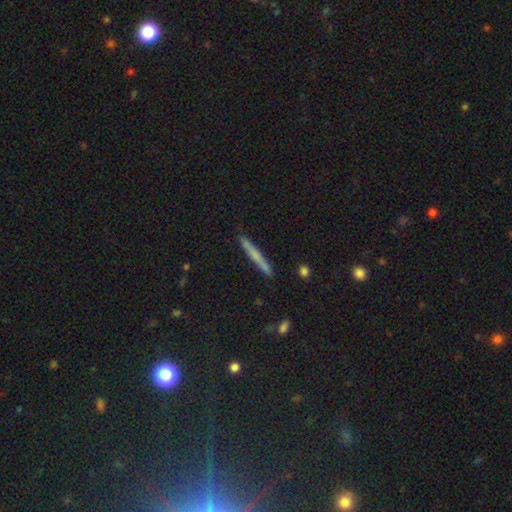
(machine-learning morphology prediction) smooth 56%, featured or disk 37%, star or artifact 8%. Down the decision tree: how rounded — cigar-shaped (96%); merging — none (89%).